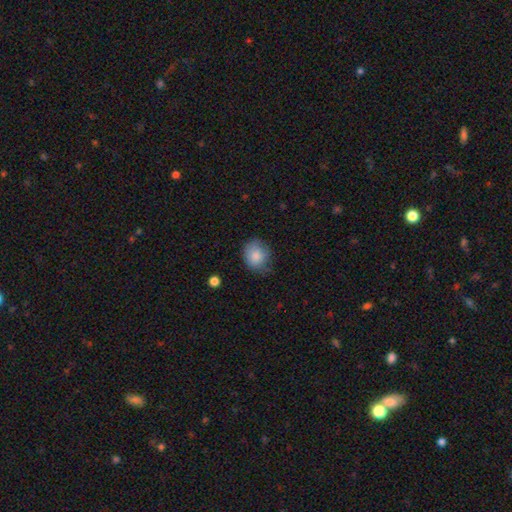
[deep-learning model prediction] Q: Smooth or featured?
A: smooth (84%); runner-up: featured or disk (8%)
Q: How rounded?
A: round (68%); runner-up: in between (31%)
Q: Merging?
A: none (63%); runner-up: minor disturbance (28%)